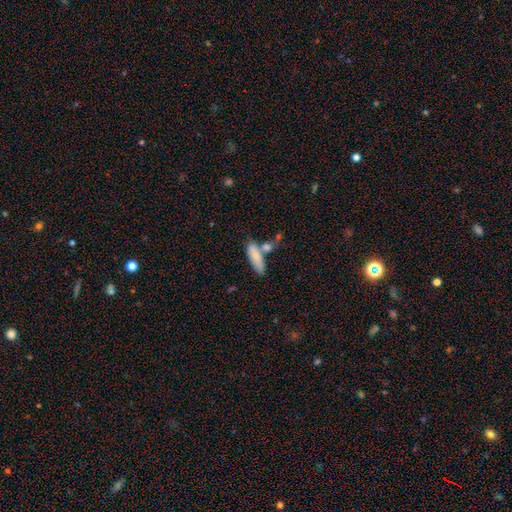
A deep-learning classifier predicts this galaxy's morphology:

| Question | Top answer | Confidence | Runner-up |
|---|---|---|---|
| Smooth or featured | smooth | 79% | featured or disk (15%) |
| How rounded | in between | 49% | cigar-shaped (48%) |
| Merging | none | 51% | merger (28%) |